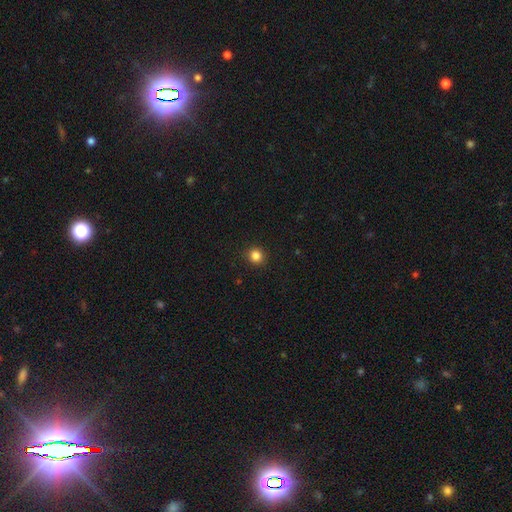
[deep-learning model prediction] This appears to be a smooth galaxy with no disk features (85%) that is round (90%). Merging: none (92%).